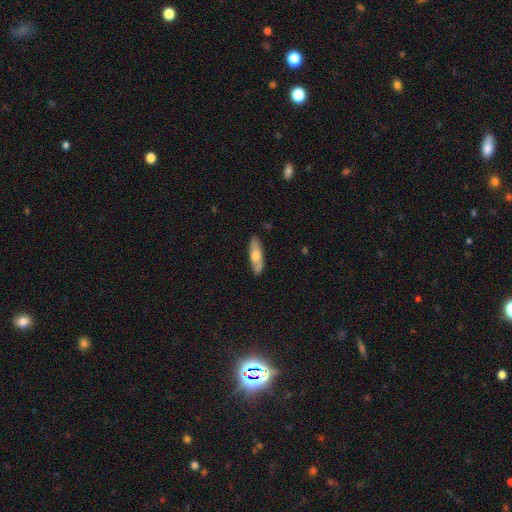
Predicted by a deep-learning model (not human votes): Smooth or featured? smooth (57%)
How rounded? in between (58%)
Merging? none (82%)